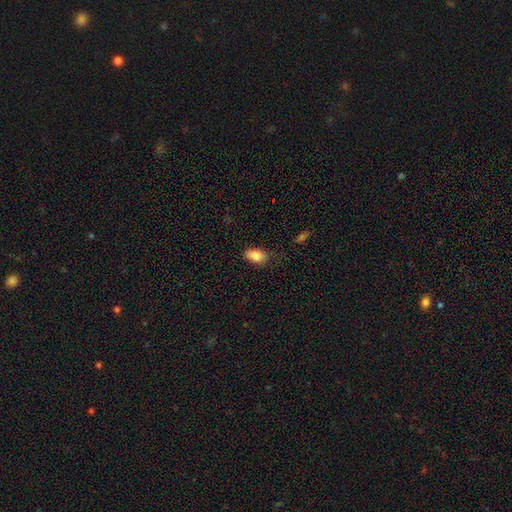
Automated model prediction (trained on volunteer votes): Smooth or featured? smooth (86%)
How rounded? in between (91%)
Merging? none (72%)